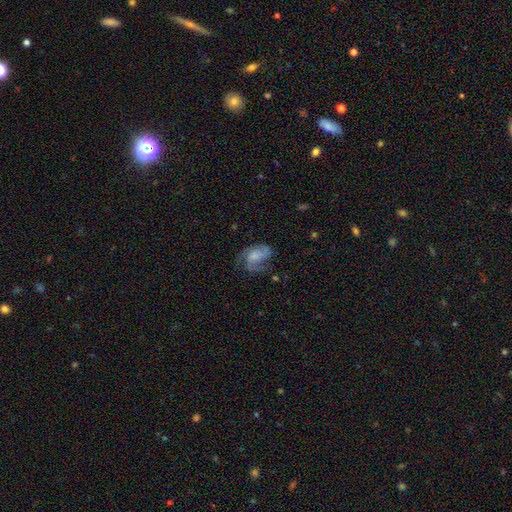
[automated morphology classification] featured or disk 66%, smooth 25%, star or artifact 8%. Down the decision tree: edge-on disk — no (97%); bar — no (62%); spiral arms — yes (90%); spiral arm count — 2 (42%); spiral winding — medium (48%); bulge size — none (30%); merging — none (51%).